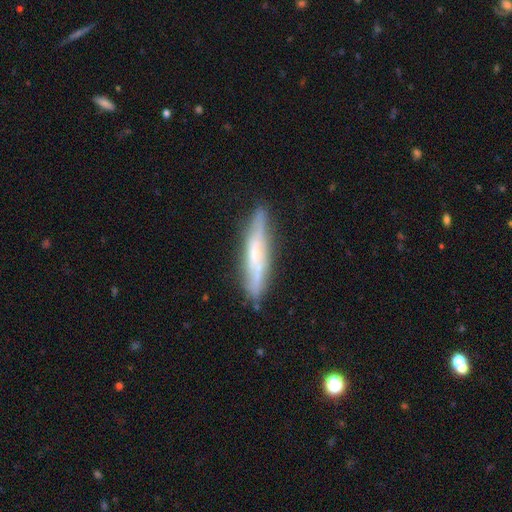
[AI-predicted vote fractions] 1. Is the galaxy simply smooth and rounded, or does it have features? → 63% featured or disk, 31% smooth, 7% star or artifact.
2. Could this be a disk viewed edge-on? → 81% yes, 19% no.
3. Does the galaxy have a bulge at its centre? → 53% rounded, 39% none, 8% boxy.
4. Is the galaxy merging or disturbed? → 81% none, 14% minor disturbance, 3% major disturbance, 2% merger.